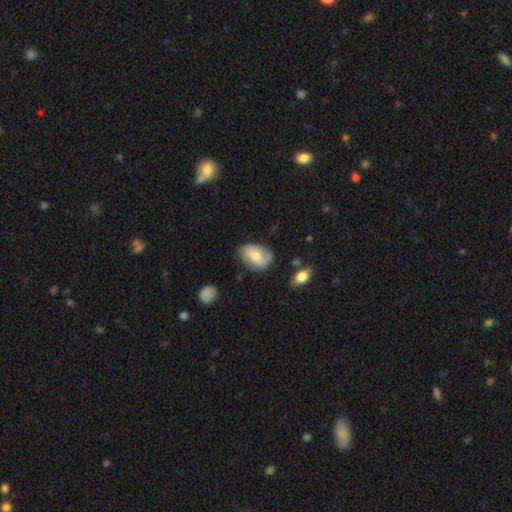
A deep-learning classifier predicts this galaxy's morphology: Smooth or featured? smooth (56%)
How rounded? in between (83%)
Merging? none (68%)